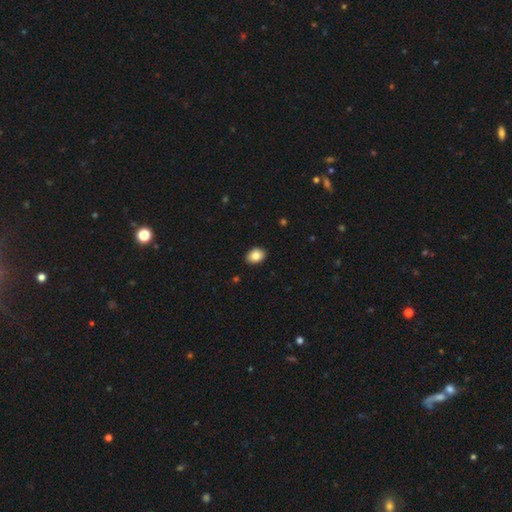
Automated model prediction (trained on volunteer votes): smooth 84%, star or artifact 8%, featured or disk 8%. Down the decision tree: how rounded — in between (71%); merging — none (90%).